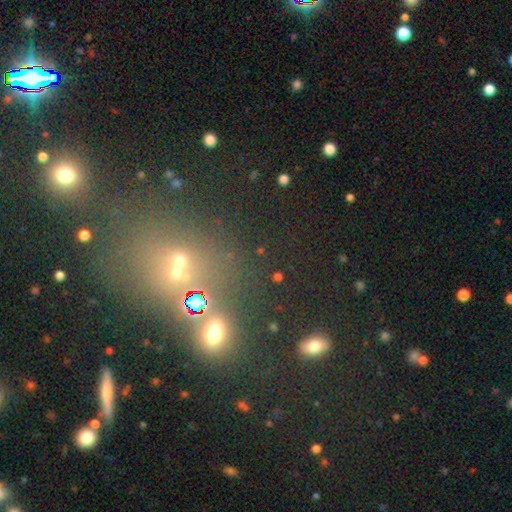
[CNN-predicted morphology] The model was most divided on "smooth or featured": star or artifact: 53%, smooth: 34%, featured or disk: 13%.